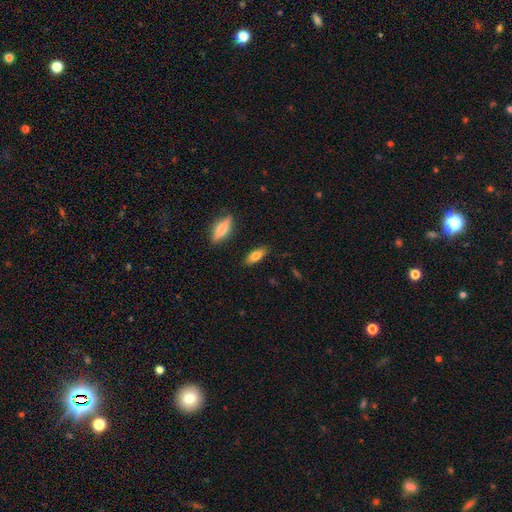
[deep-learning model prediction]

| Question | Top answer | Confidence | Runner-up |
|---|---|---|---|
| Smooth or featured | smooth | 77% | featured or disk (16%) |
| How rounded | in between | 73% | cigar-shaped (25%) |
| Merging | none | 85% | minor disturbance (10%) |